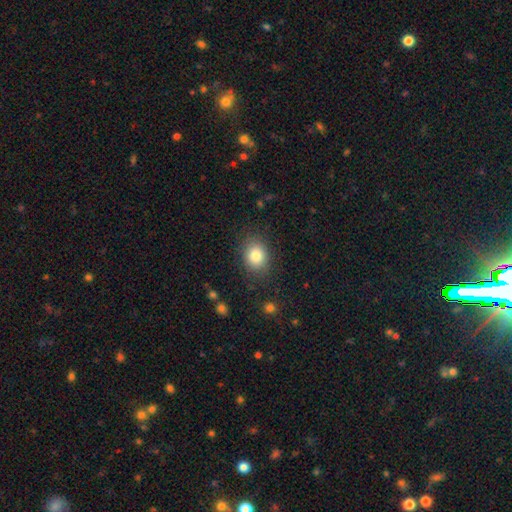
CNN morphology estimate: smooth 83%, star or artifact 10%, featured or disk 8%. Down the decision tree: how rounded — round (54%); merging — none (84%).